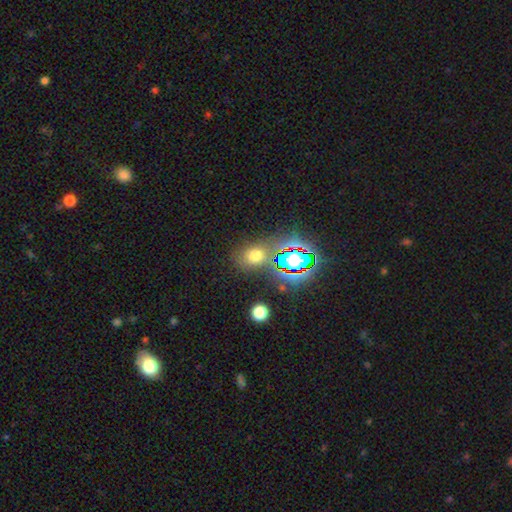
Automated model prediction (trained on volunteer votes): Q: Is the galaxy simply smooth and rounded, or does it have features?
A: smooth — 60%.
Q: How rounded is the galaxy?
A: in between — 55%.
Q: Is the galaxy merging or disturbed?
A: none — 72%.